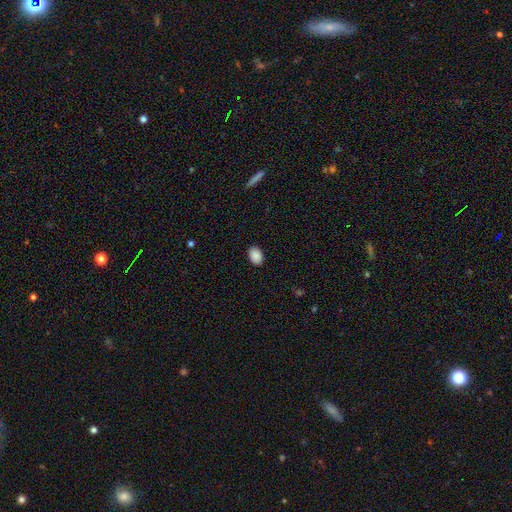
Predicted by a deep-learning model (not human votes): smooth 90%, star or artifact 8%, featured or disk 3%. Down the decision tree: how rounded — in between (80%); merging — none (89%).